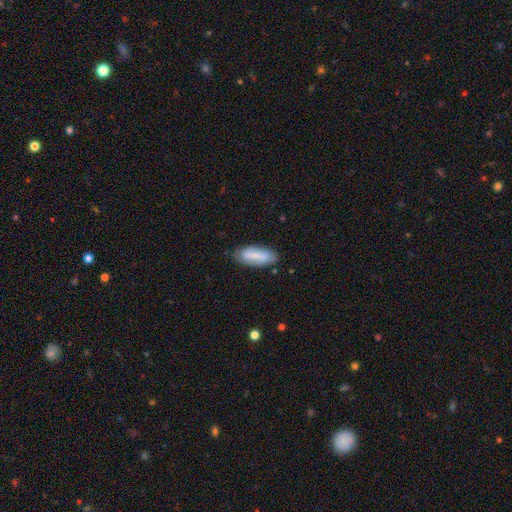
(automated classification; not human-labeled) Overall: smooth (74%). How rounded: in between (73%). Merging: none (75%).